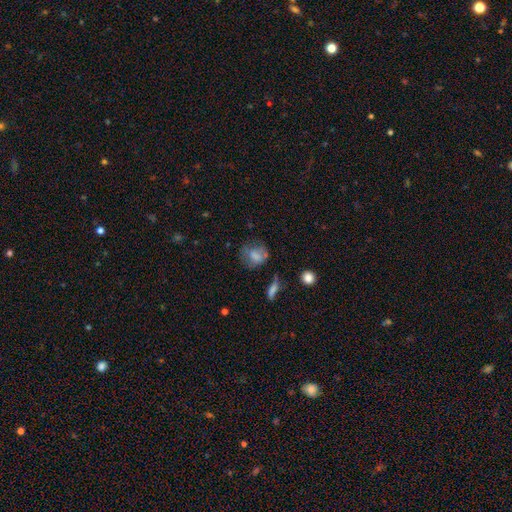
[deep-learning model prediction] A smooth galaxy with no disk features (64%) that is round (54%). Merging: none (46%).